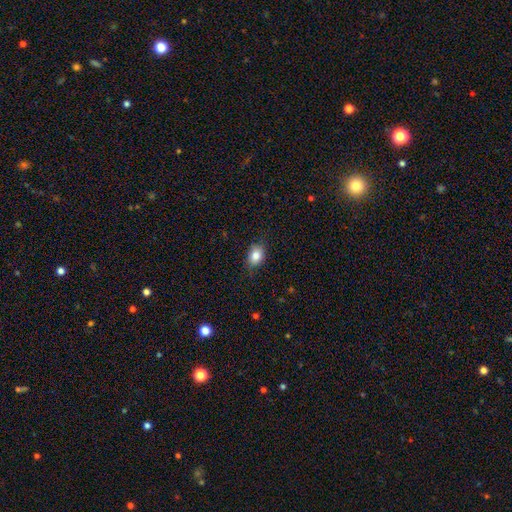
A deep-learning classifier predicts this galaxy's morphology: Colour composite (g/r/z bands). It shows a smooth galaxy with no disk features (83%) that is in between round and cigar-shaped (71%). Merging: none (81%).